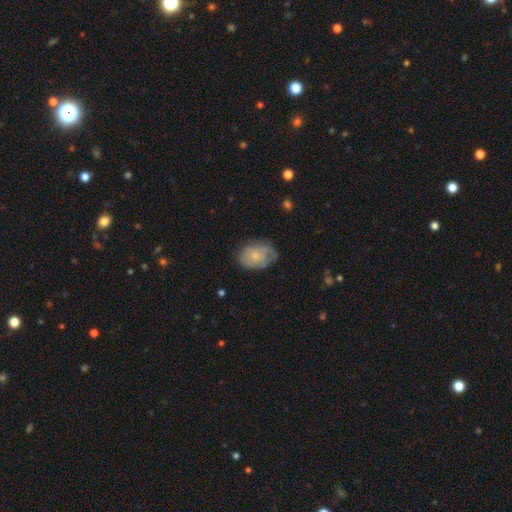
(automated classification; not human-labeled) Q: Smooth or featured?
A: smooth (62%); runner-up: featured or disk (30%)
Q: How rounded?
A: in between (72%); runner-up: round (27%)
Q: Merging?
A: none (55%); runner-up: minor disturbance (32%)